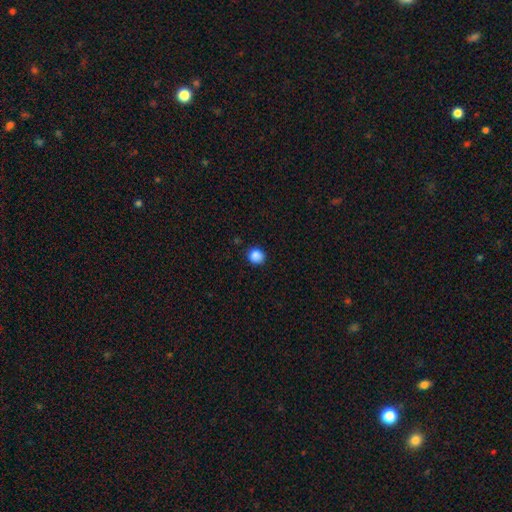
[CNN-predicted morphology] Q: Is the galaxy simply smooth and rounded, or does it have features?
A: smooth — 88%.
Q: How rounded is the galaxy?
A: round — 89%.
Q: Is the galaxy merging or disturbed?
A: none — 90%.